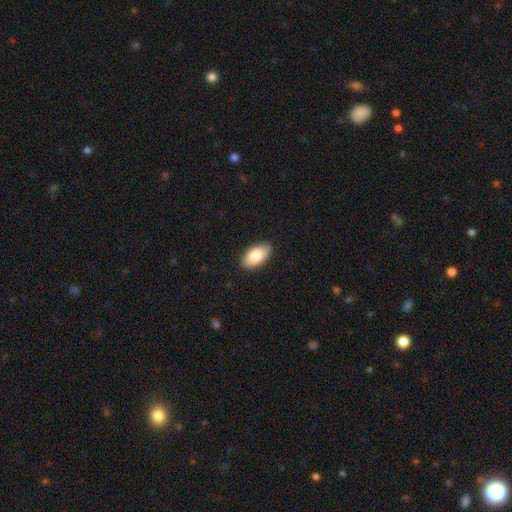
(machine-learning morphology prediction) A smooth galaxy with no disk features (87%) that is in between round and cigar-shaped (95%).

Vote fractions:
- Smooth or featured? smooth: 87% / featured or disk: 7% / star or artifact: 6%
- How rounded? in between: 95% / cigar-shaped: 3% / round: 2%
- Merging? none: 87% / minor disturbance: 10% / major disturbance: 2% / merger: 1%